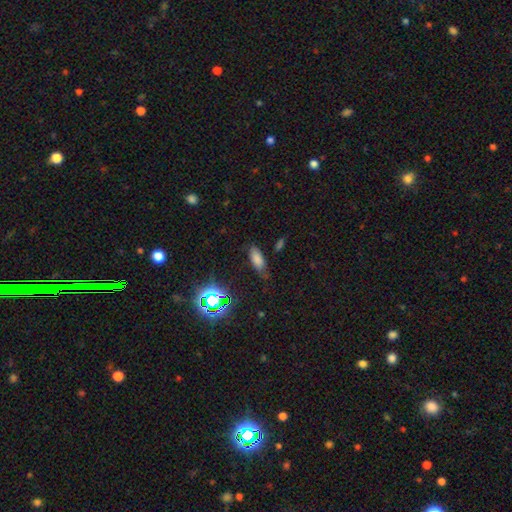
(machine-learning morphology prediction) A smooth galaxy with no disk features (72%) that is in between round and cigar-shaped (78%).

Vote fractions:
- Smooth or featured? smooth: 72% / star or artifact: 19% / featured or disk: 9%
- How rounded? in between: 78% / cigar-shaped: 18% / round: 4%
- Merging? none: 72% / minor disturbance: 20% / major disturbance: 5% / merger: 2%